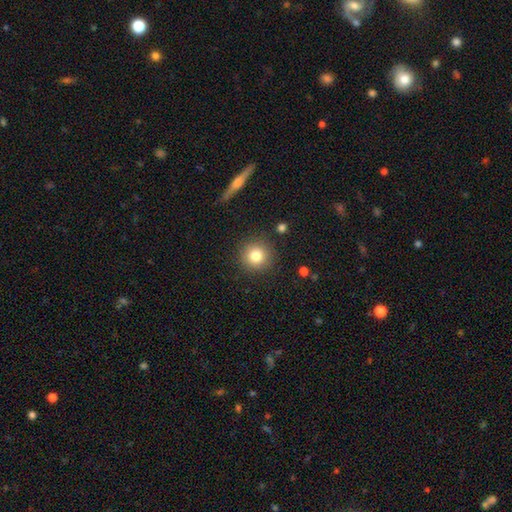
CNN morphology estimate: This appears to be a smooth galaxy with no disk features (81%) that is round (94%). Merging: none (88%).